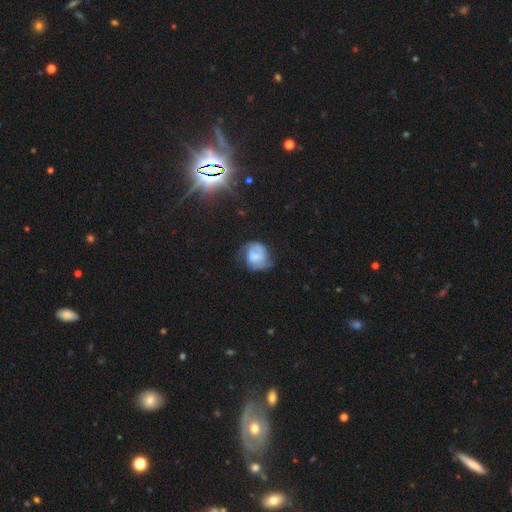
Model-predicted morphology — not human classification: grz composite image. It shows a featured or disk galaxy (53%) with no bar (48%), spiral arms (79%) and no central bulge (33%). Merging: none (47%).